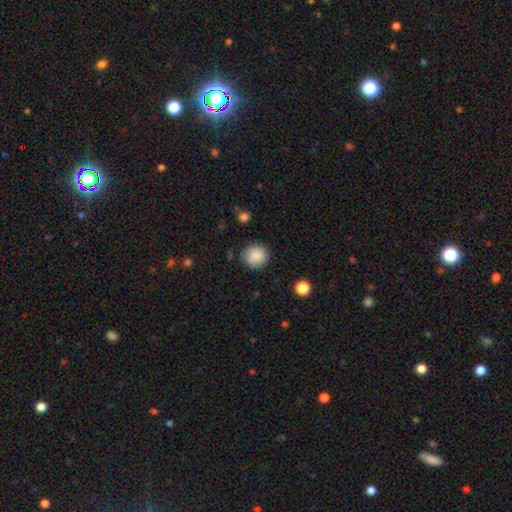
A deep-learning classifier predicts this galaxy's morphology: A smooth galaxy with no disk features (84%) that is round (90%).

Vote fractions:
- Smooth or featured? smooth: 84% / featured or disk: 8% / star or artifact: 8%
- How rounded? round: 90% / in between: 9% / cigar-shaped: 1%
- Merging? none: 81% / minor disturbance: 13% / major disturbance: 4% / merger: 2%